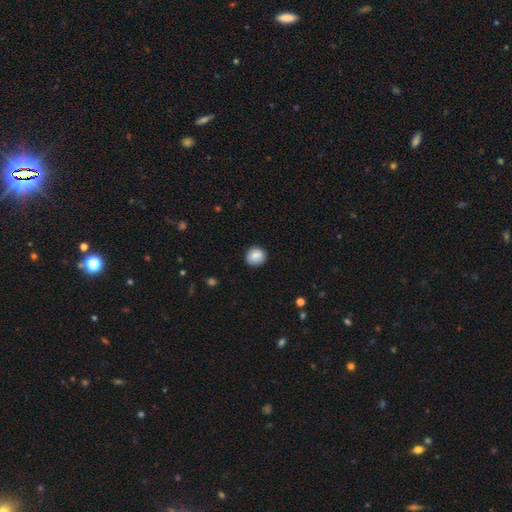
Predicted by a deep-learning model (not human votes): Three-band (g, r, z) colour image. It shows a smooth galaxy with no disk features (85%) that is round (83%). Merging: none (87%).